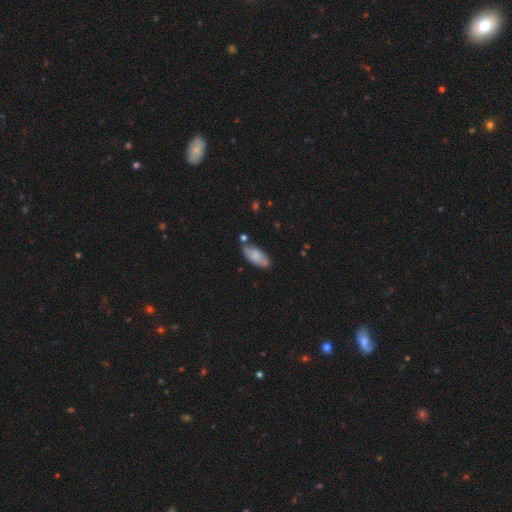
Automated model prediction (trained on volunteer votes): Smooth or featured: smooth — 77% (featured or disk — 17%)
How rounded: in between — 84% (cigar-shaped — 15%)
Merging: none — 70% (minor disturbance — 19%)